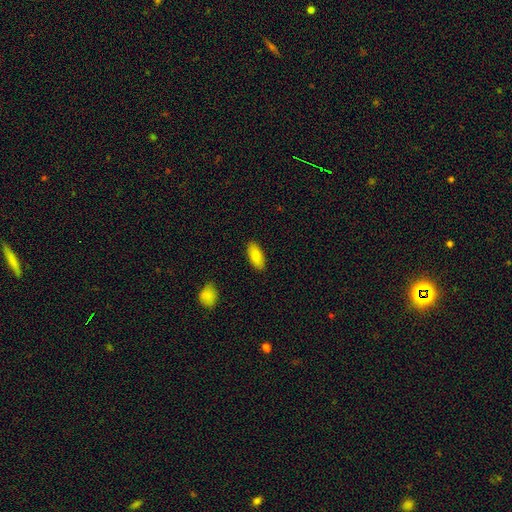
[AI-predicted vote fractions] Q: Smooth or featured?
A: smooth (82%); runner-up: featured or disk (11%)
Q: How rounded?
A: in between (85%); runner-up: cigar-shaped (13%)
Q: Merging?
A: none (89%); runner-up: minor disturbance (8%)